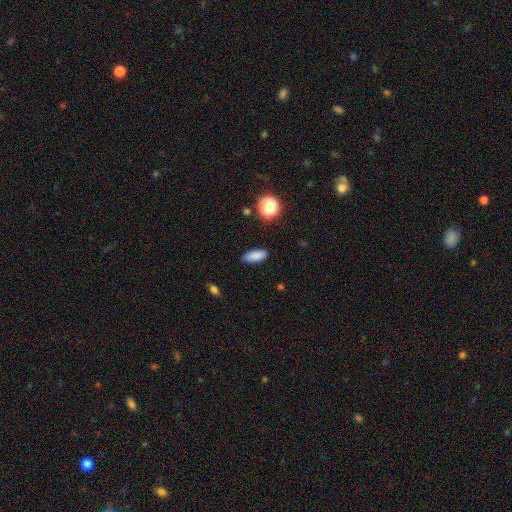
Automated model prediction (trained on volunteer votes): The model was most divided on "how rounded": in between: 78%, cigar-shaped: 19%, round: 4%. More confident: merging — none (86%); smooth or featured — smooth (85%).